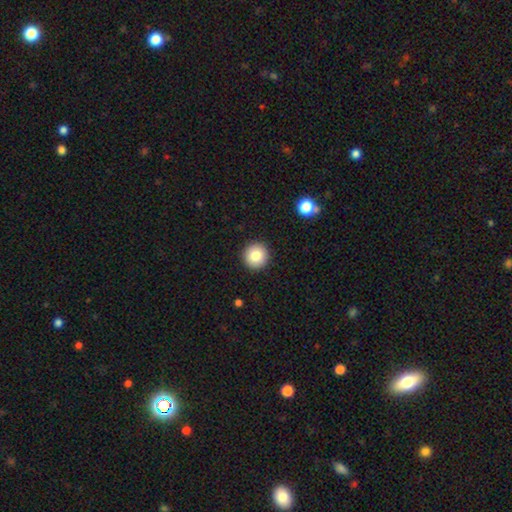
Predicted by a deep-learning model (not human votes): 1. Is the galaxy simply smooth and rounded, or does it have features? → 83% smooth, 9% star or artifact, 8% featured or disk.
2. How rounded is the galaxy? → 96% round, 3% in between, 1% cigar-shaped.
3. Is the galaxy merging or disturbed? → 93% none, 4% minor disturbance, 2% major disturbance, 1% merger.